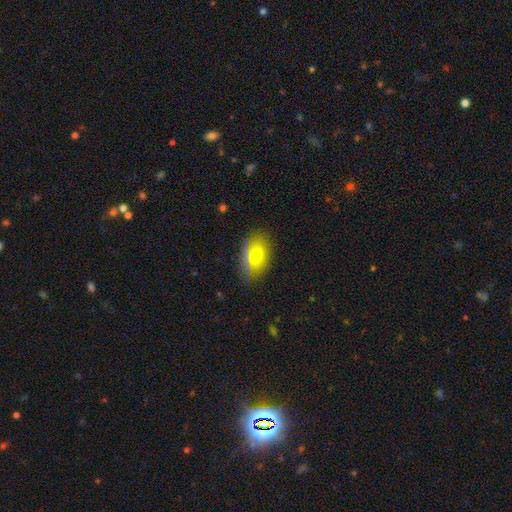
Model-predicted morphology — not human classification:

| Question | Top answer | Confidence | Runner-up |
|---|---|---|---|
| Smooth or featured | smooth | 67% | featured or disk (19%) |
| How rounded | in between | 87% | round (10%) |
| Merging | none | 81% | minor disturbance (14%) |